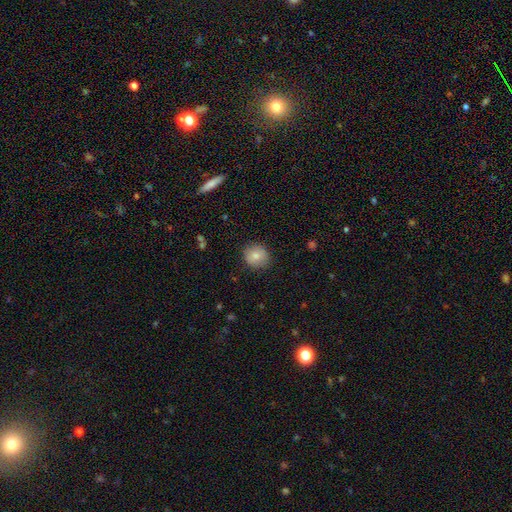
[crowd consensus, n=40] Smooth or featured: smooth — 82% (featured or disk — 12%)
How rounded: round — 67% (in between — 30%)
Merging: none — 71% (minor disturbance — 16%)